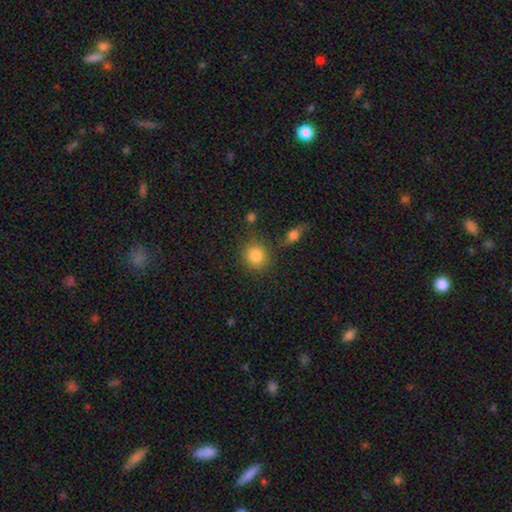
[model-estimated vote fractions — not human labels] Overall: smooth (84%). How rounded: round (82%). Merging: none (77%).